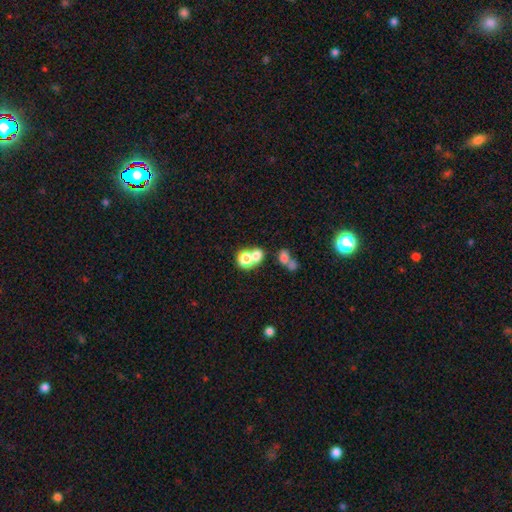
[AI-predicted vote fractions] Q: Smooth or featured?
A: smooth (67%); runner-up: star or artifact (20%)
Q: How rounded?
A: round (65%); runner-up: in between (34%)
Q: Merging?
A: merger (49%); runner-up: none (38%)